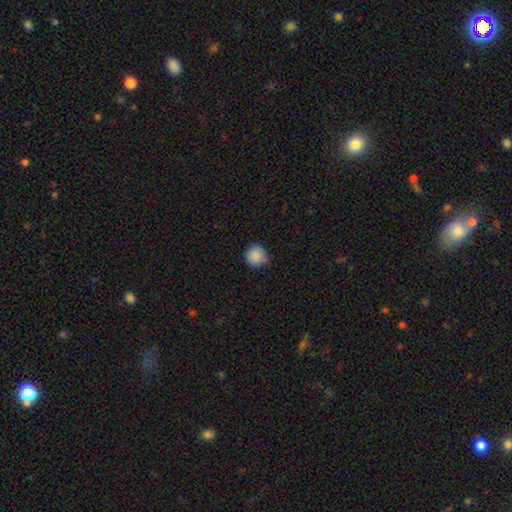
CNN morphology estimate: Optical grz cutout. It shows a smooth galaxy with no disk features (87%) that is round (90%). Merging: none (72%).